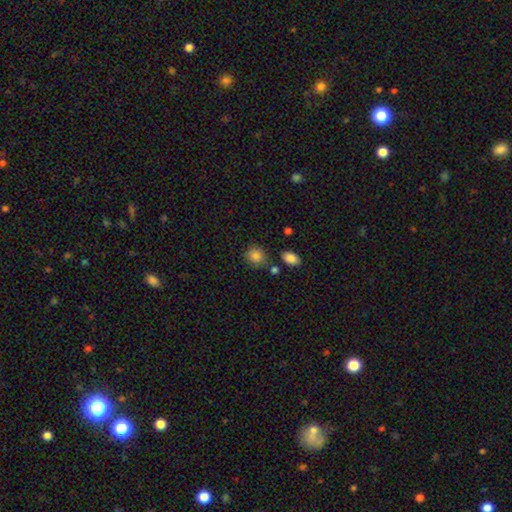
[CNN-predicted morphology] smooth_or_featured: smooth (p=0.86) [alt: star or artifact p=0.09]
how_rounded: round (p=0.71) [alt: in between p=0.28]
merging: none (p=0.75) [alt: minor disturbance p=0.14]